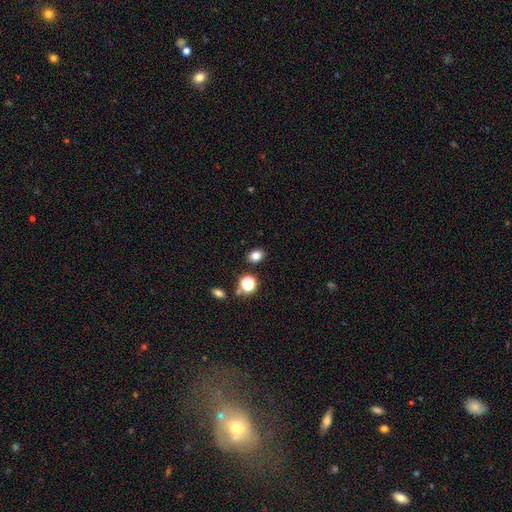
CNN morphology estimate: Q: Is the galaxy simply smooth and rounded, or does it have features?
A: smooth — 79%.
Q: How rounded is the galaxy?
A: in between — 56%.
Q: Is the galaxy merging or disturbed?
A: none — 85%.